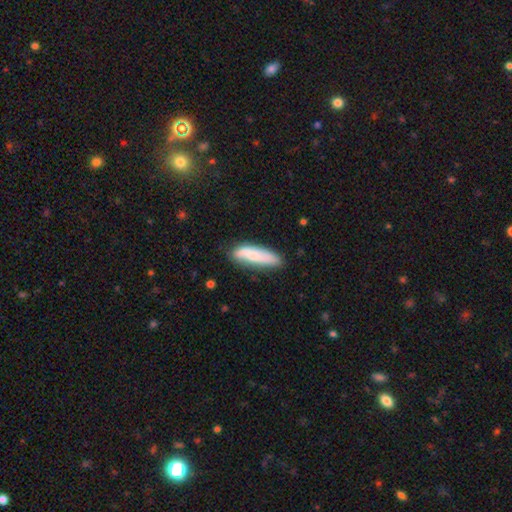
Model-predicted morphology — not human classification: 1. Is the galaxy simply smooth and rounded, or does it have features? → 67% smooth, 27% featured or disk, 6% star or artifact.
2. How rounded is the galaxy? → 54% cigar-shaped, 44% in between, 2% round.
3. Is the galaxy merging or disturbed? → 69% none, 22% minor disturbance, 5% major disturbance, 3% merger.